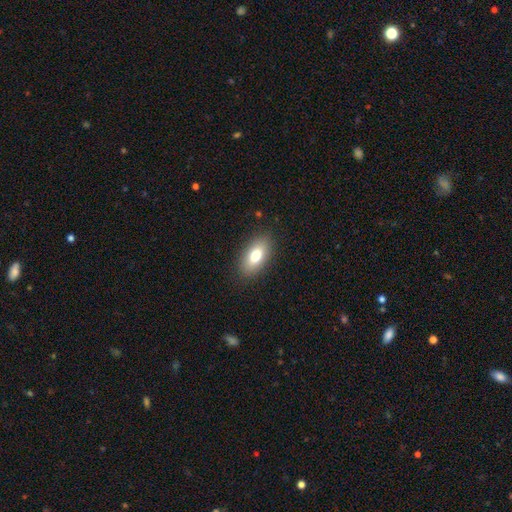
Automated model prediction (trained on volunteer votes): The model was most divided on "smooth or featured": smooth: 78%, featured or disk: 14%, star or artifact: 8%. More confident: how rounded — in between (90%); merging — none (87%).